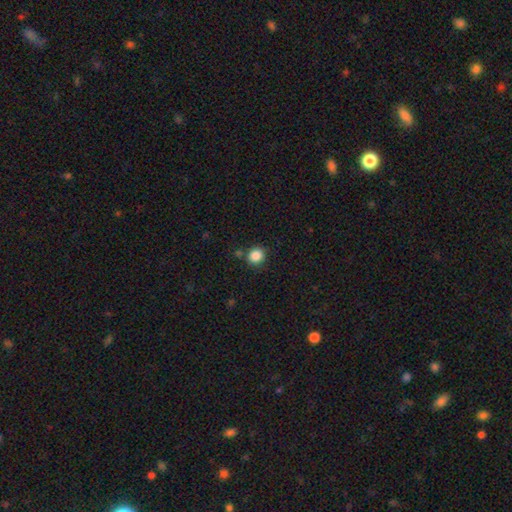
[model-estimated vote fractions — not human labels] Q: Smooth or featured?
A: smooth (86%); runner-up: star or artifact (10%)
Q: How rounded?
A: round (83%); runner-up: in between (16%)
Q: Merging?
A: none (83%); runner-up: minor disturbance (9%)